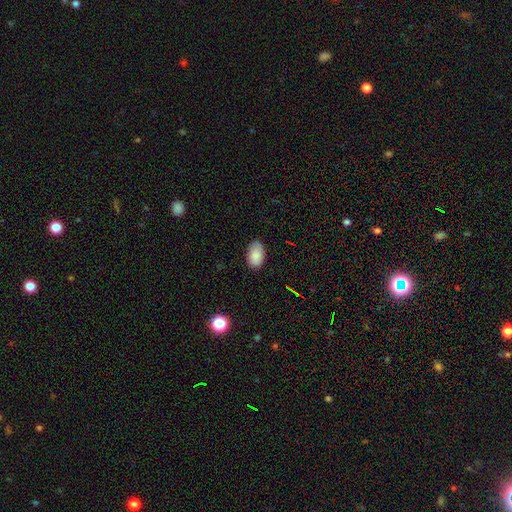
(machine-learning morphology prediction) smooth-or-featured: smooth: 86% | star or artifact: 8% | featured or disk: 6%
  how-rounded: in between: 92% | round: 7% | cigar-shaped: 1%
  merging: none: 81% | minor disturbance: 15% | major disturbance: 3% | merger: 1%